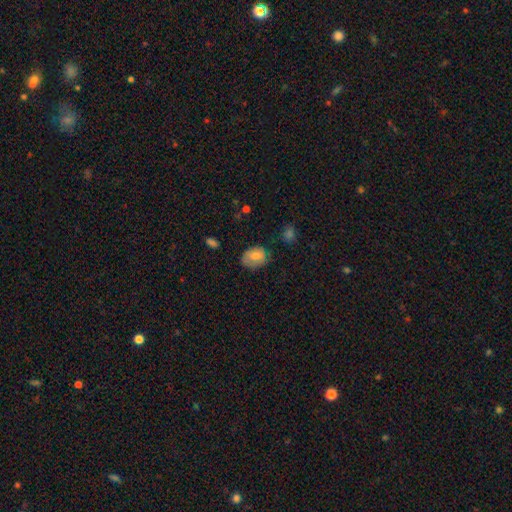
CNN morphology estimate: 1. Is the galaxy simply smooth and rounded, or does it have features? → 71% smooth, 21% featured or disk, 9% star or artifact.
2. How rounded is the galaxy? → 69% in between, 30% round, 1% cigar-shaped.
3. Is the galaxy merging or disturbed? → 62% none, 27% minor disturbance, 9% major disturbance, 2% merger.